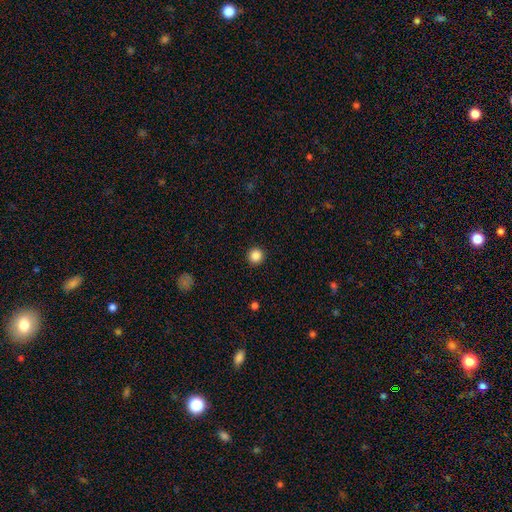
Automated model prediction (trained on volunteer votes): Morphology: type=smooth (87%); roundness=round (95%); merging=none (93%).